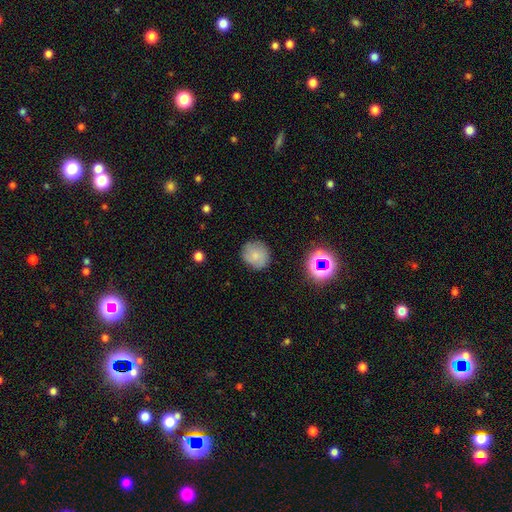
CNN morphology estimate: smooth_or_featured: smooth (p=0.75) [alt: featured or disk p=0.13]
how_rounded: round (p=0.85) [alt: in between p=0.14]
merging: none (p=0.83) [alt: minor disturbance p=0.12]